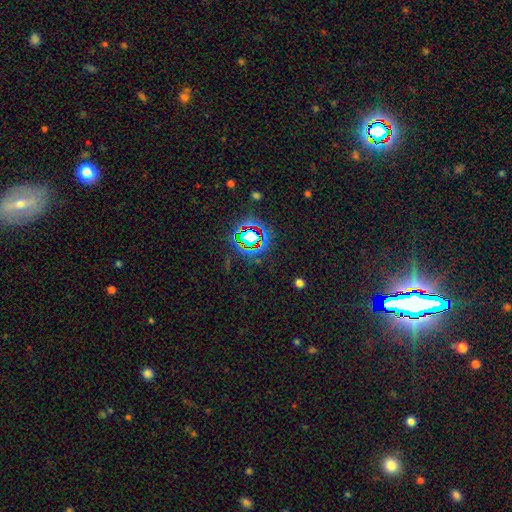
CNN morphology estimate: smooth-or-featured: star or artifact: 79% | smooth: 11% | featured or disk: 10%